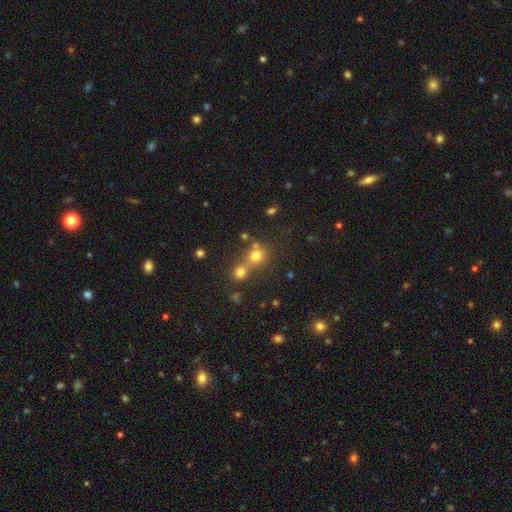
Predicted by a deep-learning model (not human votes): The model was most divided on "merging" (2-way tie): merger: 44%, none: 44%, minor disturbance: 8%, major disturbance: 4%. More confident: how rounded — round (82%); smooth or featured — smooth (71%).